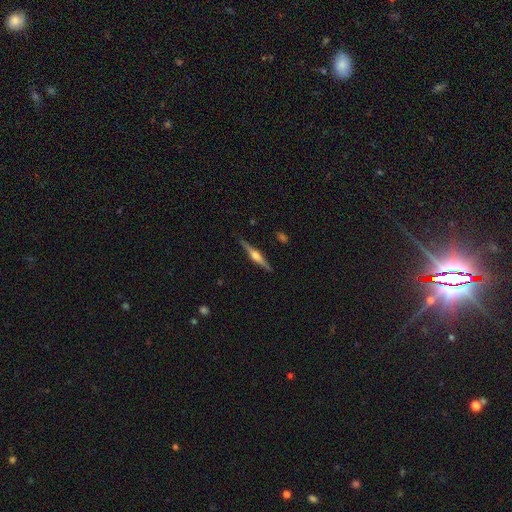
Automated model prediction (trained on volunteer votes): Q: Smooth or featured?
A: featured or disk (78%); runner-up: smooth (16%)
Q: Edge-on disk?
A: yes (98%); runner-up: no (2%)
Q: Edge-on bulge?
A: rounded (91%); runner-up: boxy (7%)
Q: Merging?
A: none (90%); runner-up: minor disturbance (8%)